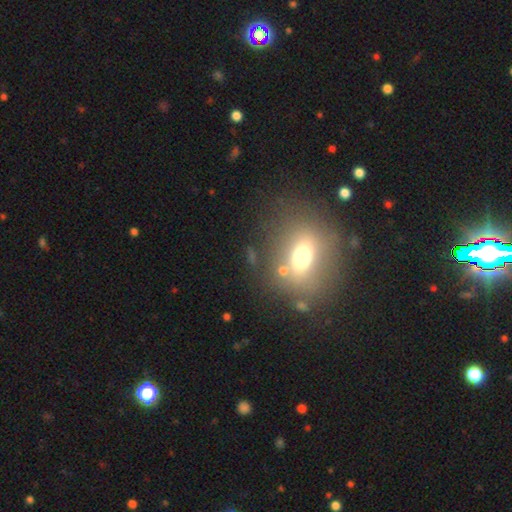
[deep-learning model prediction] A smooth galaxy with no disk features (56%) that is in between round and cigar-shaped (53%). Merging: none (75%).